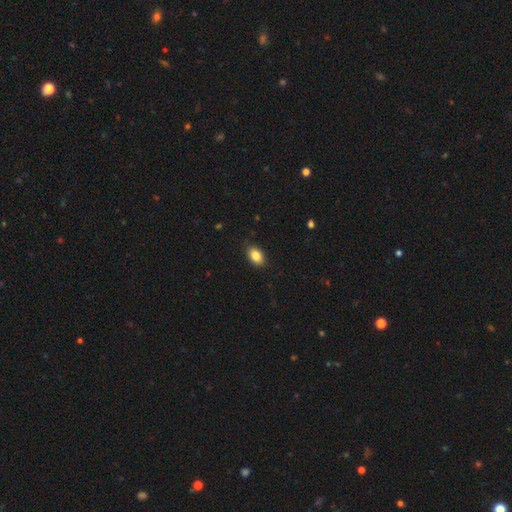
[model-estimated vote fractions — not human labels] Smooth or featured? smooth (86%)
How rounded? in between (88%)
Merging? none (86%)